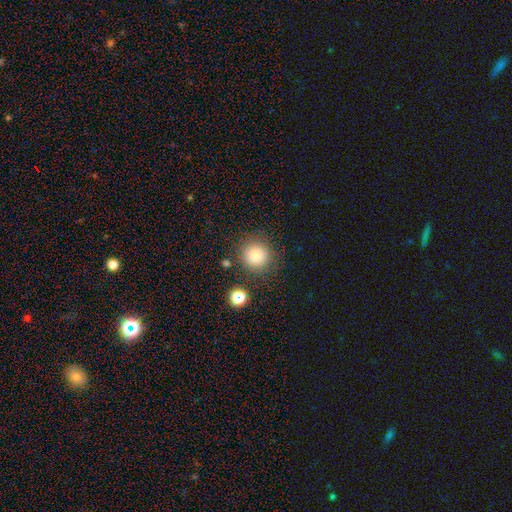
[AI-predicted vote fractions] Smooth or featured? Predicted: smooth (p=0.80). How rounded? Predicted: round (p=0.93). Merging? Predicted: none (p=0.84).